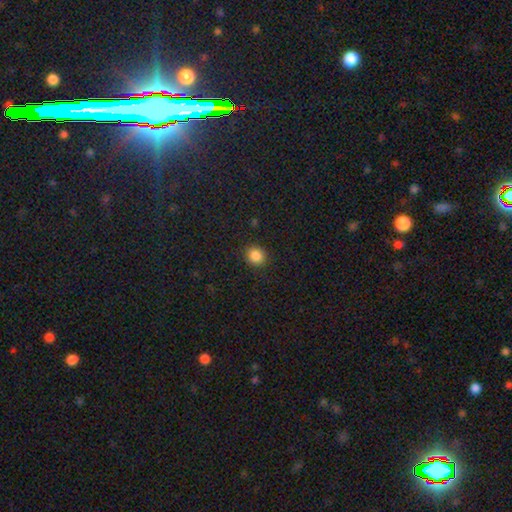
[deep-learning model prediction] smooth_or_featured: smooth (p=0.86) [alt: star or artifact p=0.11]
how_rounded: round (p=0.84) [alt: in between p=0.15]
merging: none (p=0.90) [alt: minor disturbance p=0.07]